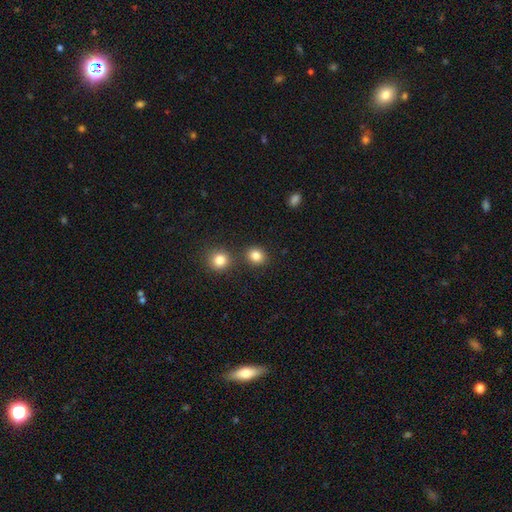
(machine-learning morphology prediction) smooth-or-featured: smooth: 83% | star or artifact: 12% | featured or disk: 5%
  how-rounded: round: 80% | in between: 19% | cigar-shaped: 1%
  merging: none: 80% | merger: 10% | minor disturbance: 7% | major disturbance: 3%